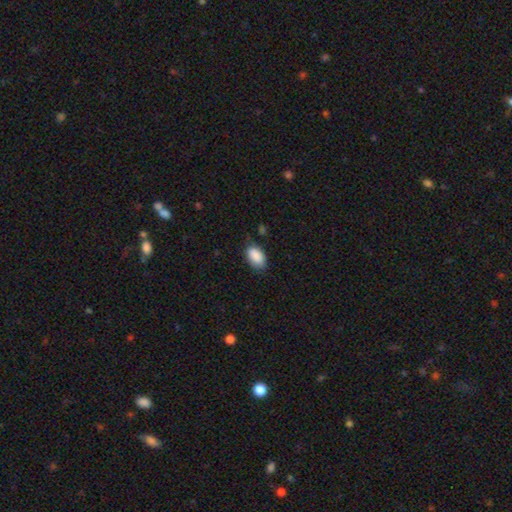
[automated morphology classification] Smooth or featured? smooth (89%)
How rounded? in between (93%)
Merging? none (73%)